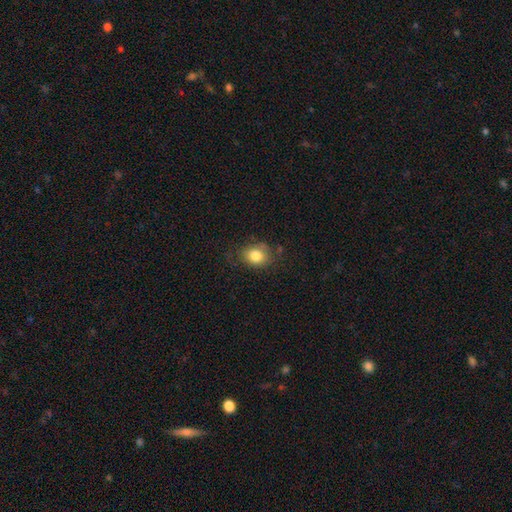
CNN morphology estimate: This appears to be a smooth galaxy with no disk features (82%) that is in between round and cigar-shaped (53%). Merging: none (73%).